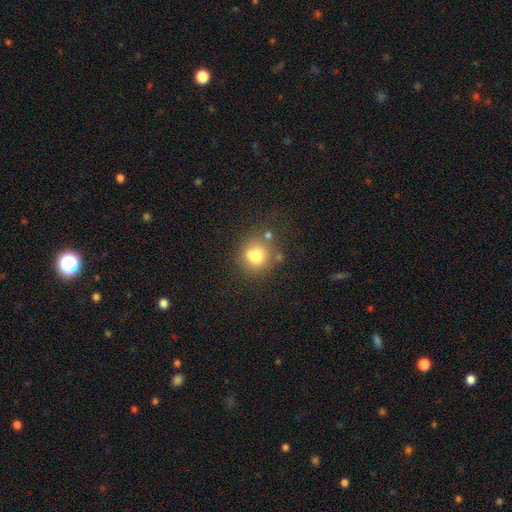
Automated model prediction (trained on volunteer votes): A smooth galaxy with no disk features (73%) that is round (84%). Merging: none (56%).